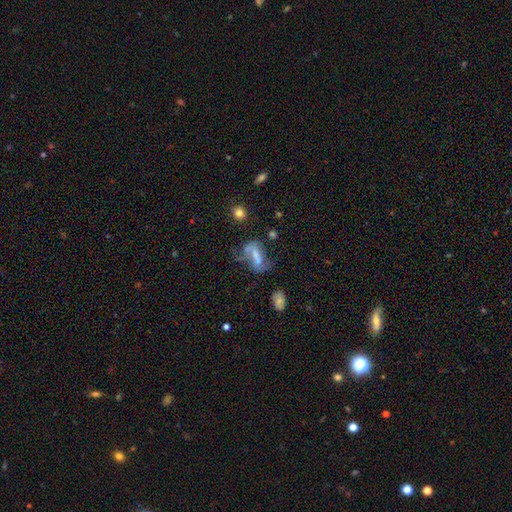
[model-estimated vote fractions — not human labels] smooth-or-featured: featured or disk: 46% | smooth: 39% | star or artifact: 15%
  merging: major disturbance: 31% | none: 30% | merger: 20% | minor disturbance: 19%